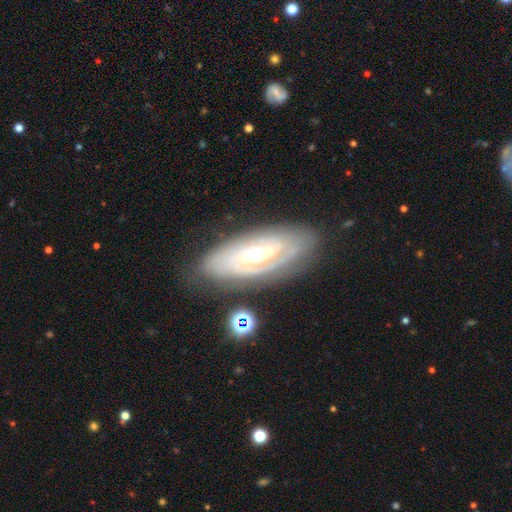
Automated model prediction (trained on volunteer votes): Smooth or featured: featured or disk — 83% (smooth — 11%)
Edge-on disk: no — 89% (yes — 11%)
Bar: weak — 38% (tied with no — 38%)
Spiral arms: yes — 89% (no — 11%)
Spiral winding: tight — 68% (medium — 25%)
Spiral arm count: 2 — 39% (can't tell — 35%)
Bulge size: moderate — 61% (small — 33%)
Merging: none — 77% (minor disturbance — 15%)